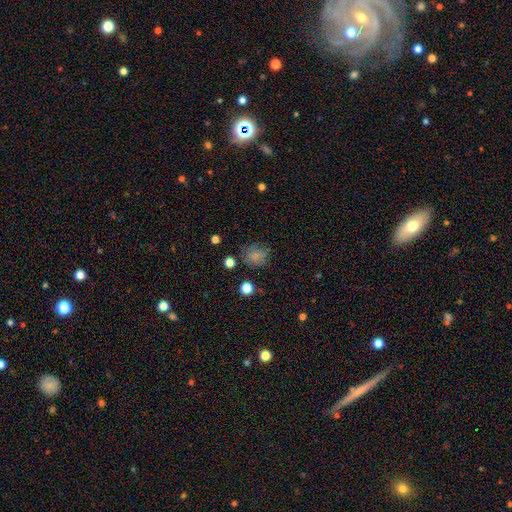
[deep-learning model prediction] This is likely a smooth galaxy (74%). How rounded: likely round (66%). Merging: likely none (65%).